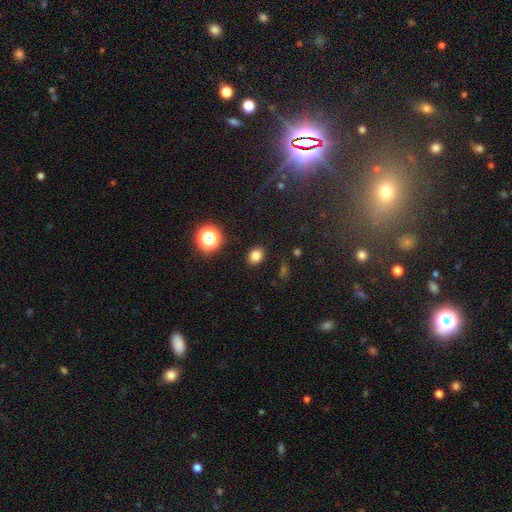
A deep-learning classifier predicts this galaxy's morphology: Q: Smooth or featured?
A: smooth (80%); runner-up: star or artifact (14%)
Q: How rounded?
A: in between (57%); runner-up: round (42%)
Q: Merging?
A: none (87%); runner-up: minor disturbance (9%)